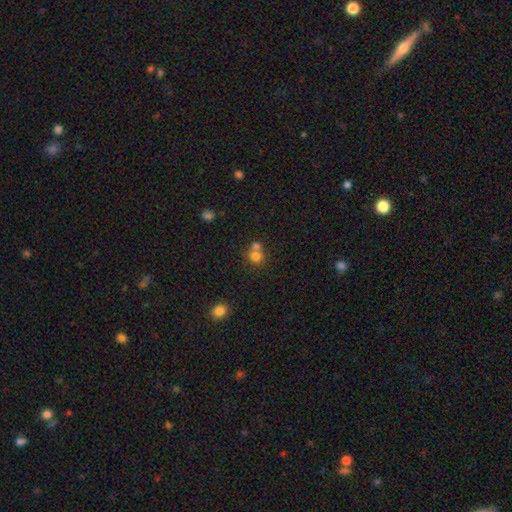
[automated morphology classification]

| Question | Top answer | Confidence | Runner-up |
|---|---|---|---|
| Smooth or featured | smooth | 76% | star or artifact (13%) |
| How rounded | round | 83% | in between (16%) |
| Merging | merger | 51% | none (39%) |